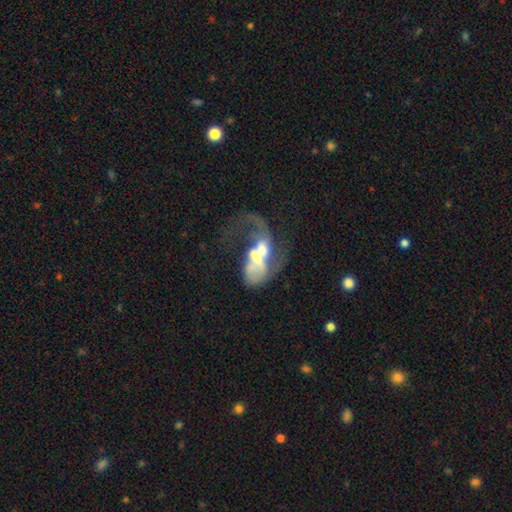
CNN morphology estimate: featured or disk 63%, smooth 28%, star or artifact 9%. Down the decision tree: edge-on disk — no (95%); bar — no (60%); spiral arms — yes (55%); bulge size — moderate (46%); merging — merger (61%).